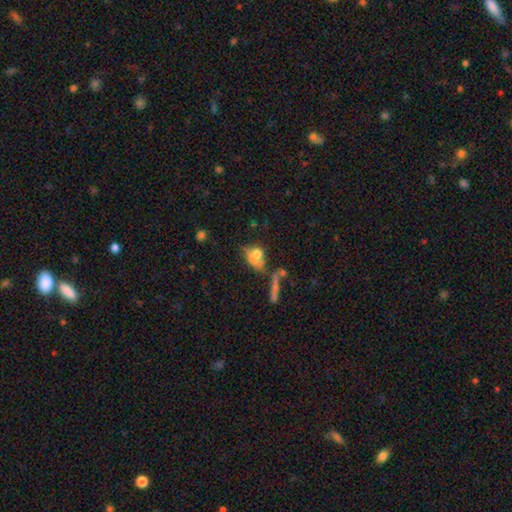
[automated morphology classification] A smooth galaxy with no disk features (60%) that is in between round and cigar-shaped (58%).

Vote fractions:
- Smooth or featured? smooth: 60% / featured or disk: 25% / star or artifact: 15%
- How rounded? in between: 58% / round: 35% / cigar-shaped: 7%
- Merging? merger: 37% / none: 27% / major disturbance: 21% / minor disturbance: 16%